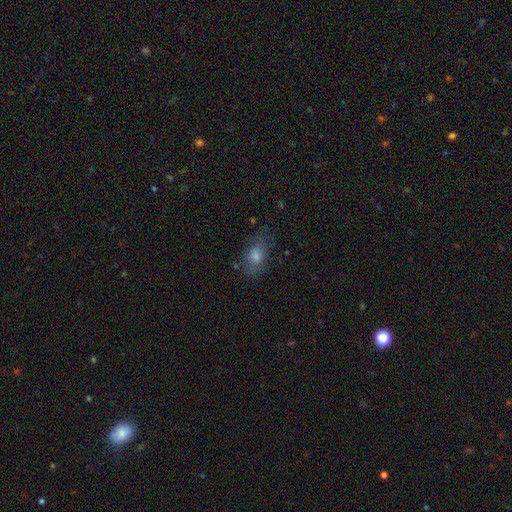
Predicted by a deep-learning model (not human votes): A smooth galaxy with no disk features (61%) that is in between round and cigar-shaped (80%). Merging: none (66%).